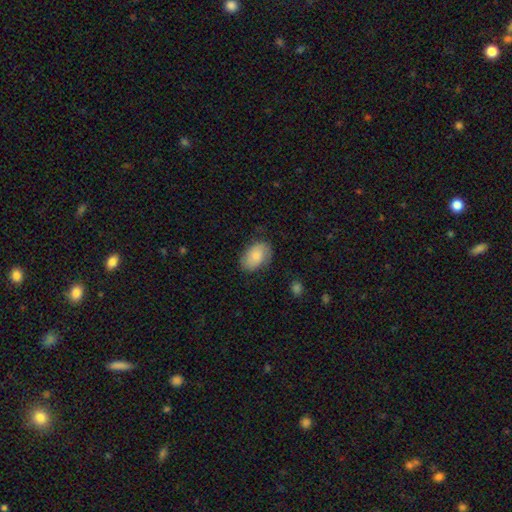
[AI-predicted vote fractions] Smooth or featured? Predicted: smooth (p=0.76). How rounded? Predicted: in between (p=0.88). Merging? Predicted: none (p=0.75).